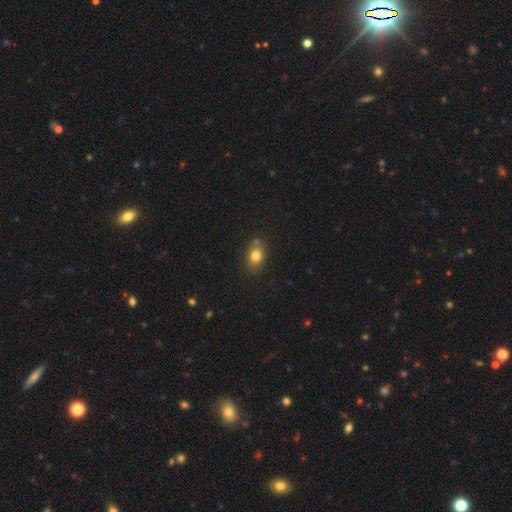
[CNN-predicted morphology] A smooth galaxy with no disk features (80%) that is in between round and cigar-shaped (58%).

Vote fractions:
- Smooth or featured? smooth: 80% / star or artifact: 11% / featured or disk: 9%
- How rounded? in between: 58% / round: 41% / cigar-shaped: 1%
- Merging? none: 74% / minor disturbance: 15% / merger: 7% / major disturbance: 3%